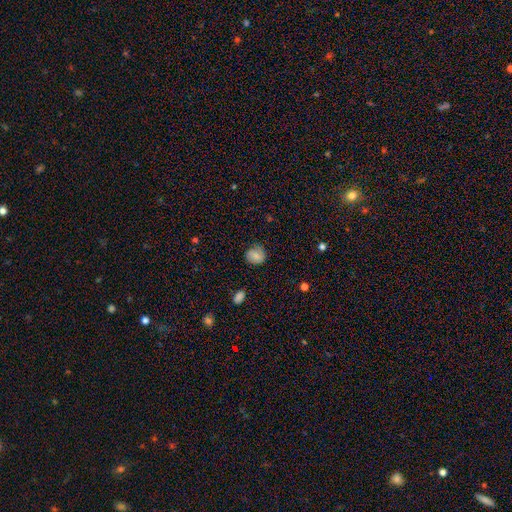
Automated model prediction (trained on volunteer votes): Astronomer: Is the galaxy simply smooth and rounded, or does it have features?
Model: smooth — 69%.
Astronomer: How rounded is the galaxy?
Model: round — 76%.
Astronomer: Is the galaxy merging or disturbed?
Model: none — 71%.